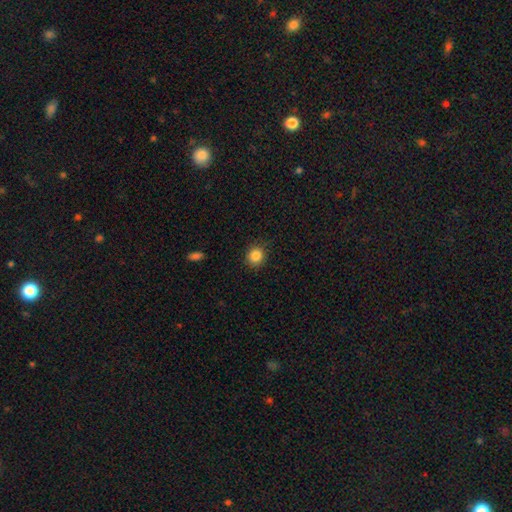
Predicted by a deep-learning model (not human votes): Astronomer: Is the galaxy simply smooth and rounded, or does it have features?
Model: smooth — 85%.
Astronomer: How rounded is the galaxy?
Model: round — 86%.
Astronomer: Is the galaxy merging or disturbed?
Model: none — 87%.